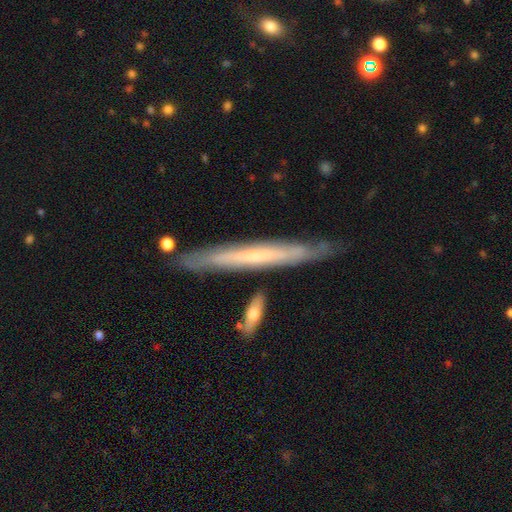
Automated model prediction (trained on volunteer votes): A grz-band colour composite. It shows a featured or disk galaxy (60%) viewed edge-on (87%) with no central bulge (79%). Merging: none (79%).